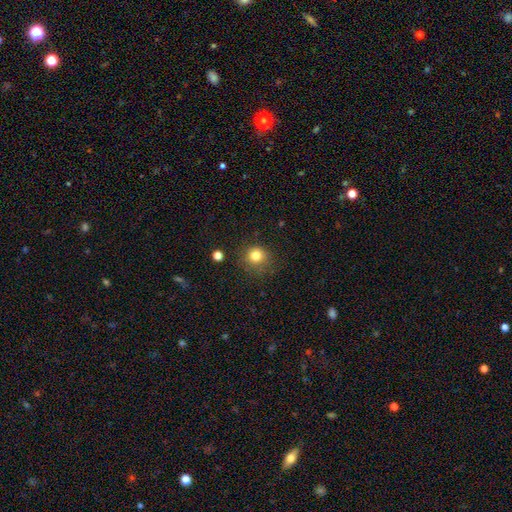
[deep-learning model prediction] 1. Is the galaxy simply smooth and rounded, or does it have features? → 81% smooth, 13% star or artifact, 6% featured or disk.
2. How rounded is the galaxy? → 89% round, 10% in between, 1% cigar-shaped.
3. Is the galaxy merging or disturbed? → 80% none, 14% minor disturbance, 5% major disturbance, 2% merger.